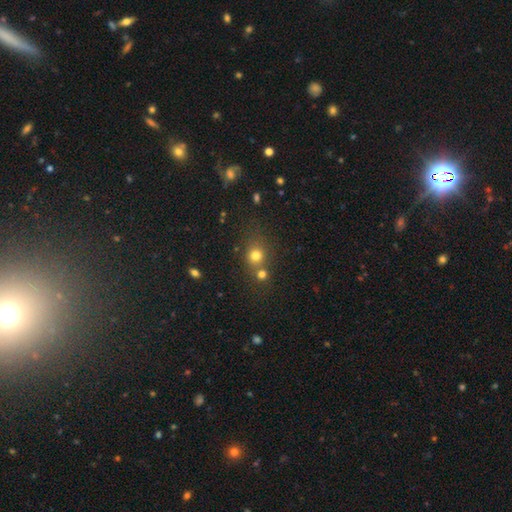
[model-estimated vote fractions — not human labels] This appears to be a smooth galaxy with no disk features (75%) that is round (81%). Merging: none (57%).